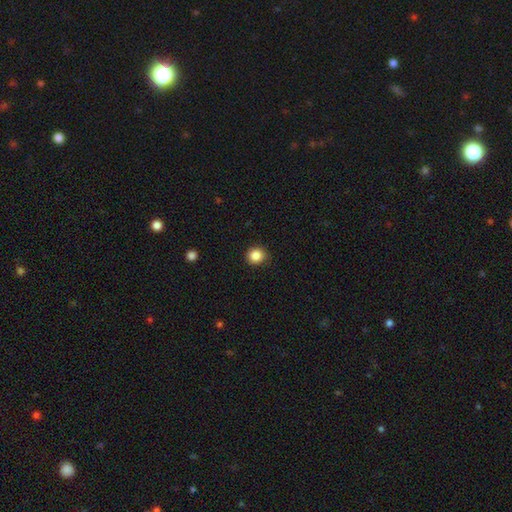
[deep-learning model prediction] A smooth galaxy with no disk features (86%) that is round (88%). Merging: none (90%).